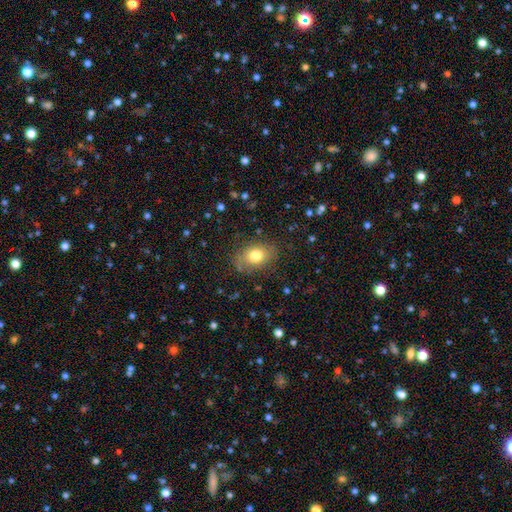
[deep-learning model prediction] Smooth or featured? smooth (75%)
How rounded? in between (70%)
Merging? none (78%)